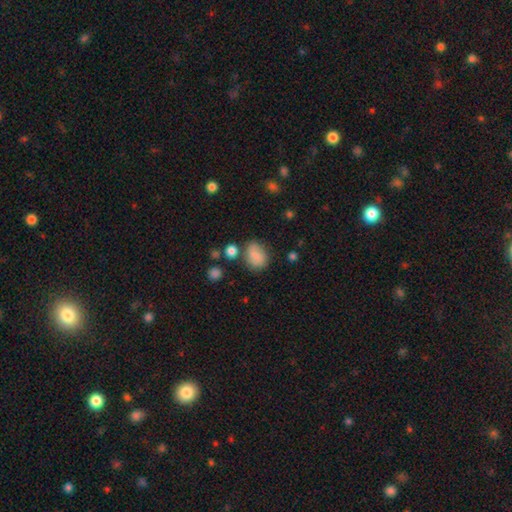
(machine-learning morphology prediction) A smooth galaxy with no disk features (76%) that is in between round and cigar-shaped (60%). Merging: none (62%).